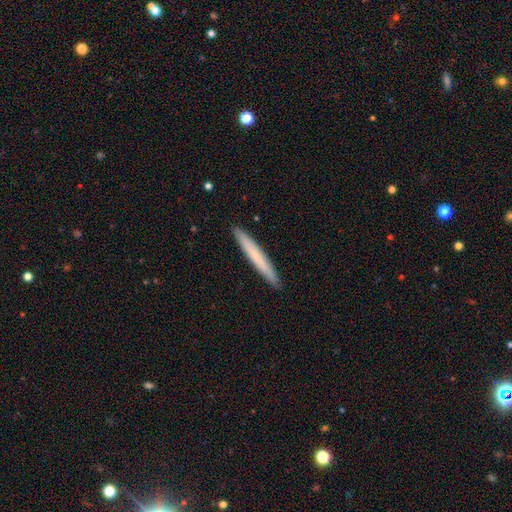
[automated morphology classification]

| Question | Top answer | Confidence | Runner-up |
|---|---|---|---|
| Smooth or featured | smooth | 66% | featured or disk (29%) |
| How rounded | cigar-shaped | 97% | in between (2%) |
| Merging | none | 93% | minor disturbance (5%) |